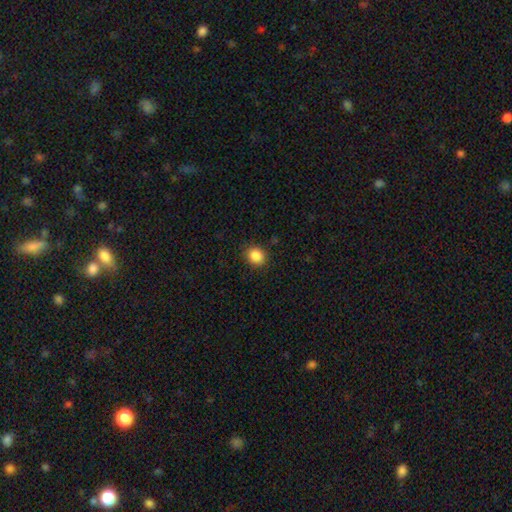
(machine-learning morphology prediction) type=smooth (86%); roundness=round (70%); merging=none (88%).